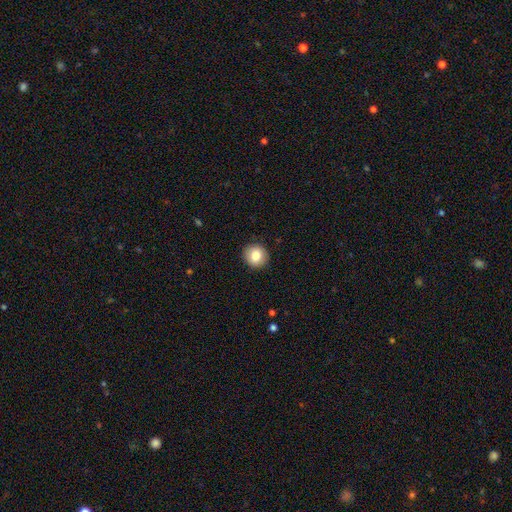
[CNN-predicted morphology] Smooth or featured?
  - smooth: 84% *
  - star or artifact: 8%
  - featured or disk: 8%
How rounded?
  - round: 91% *
  - in between: 8%
  - cigar-shaped: 1%
Merging?
  - none: 91% *
  - minor disturbance: 6%
  - major disturbance: 2%
  - merger: 1%